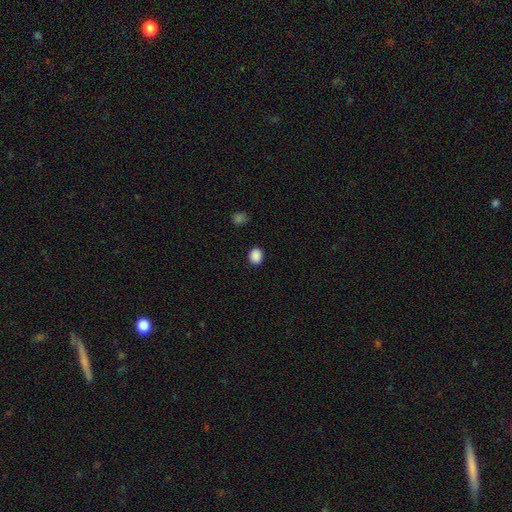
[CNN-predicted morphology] Overall: smooth (89%). How rounded: round (53%; in between 46%). Merging: none (90%).